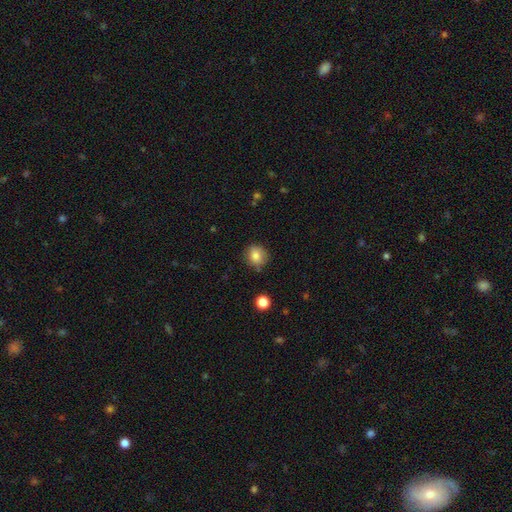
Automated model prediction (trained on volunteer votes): The model was most divided on "how rounded": round: 82%, in between: 17%, cigar-shaped: 1%. More confident: smooth or featured — smooth (81%); merging — none (79%).